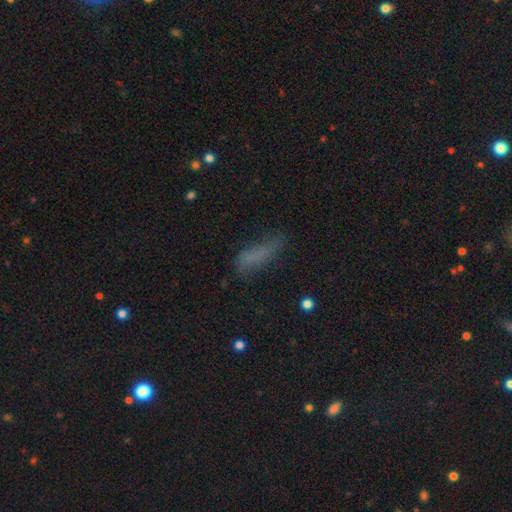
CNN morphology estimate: Smooth or featured? smooth (70%)
How rounded? cigar-shaped (57%)
Merging? none (53%)